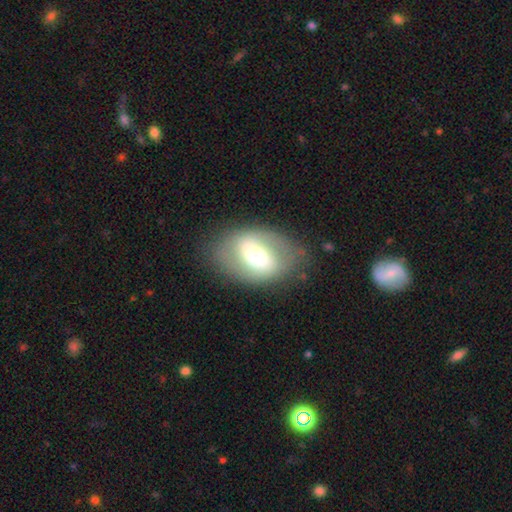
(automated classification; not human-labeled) smooth_or_featured: featured or disk (p=0.51) [alt: smooth p=0.42]
disk_edge_on: no (p=0.92) [alt: yes p=0.08]
merging: none (p=0.73) [alt: minor disturbance p=0.17]